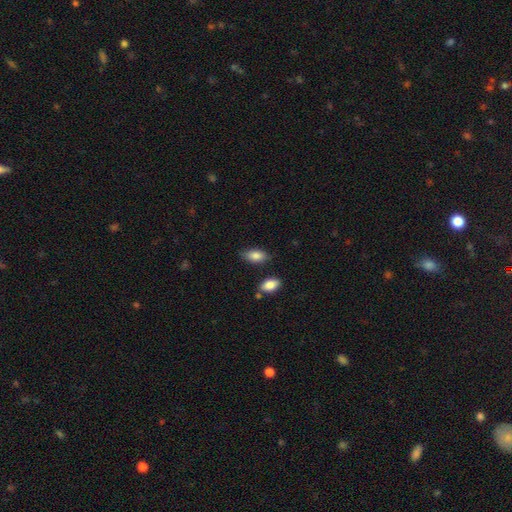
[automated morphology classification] Q: Smooth or featured?
A: smooth (85%); runner-up: featured or disk (9%)
Q: How rounded?
A: in between (91%); runner-up: cigar-shaped (5%)
Q: Merging?
A: none (77%); runner-up: minor disturbance (16%)